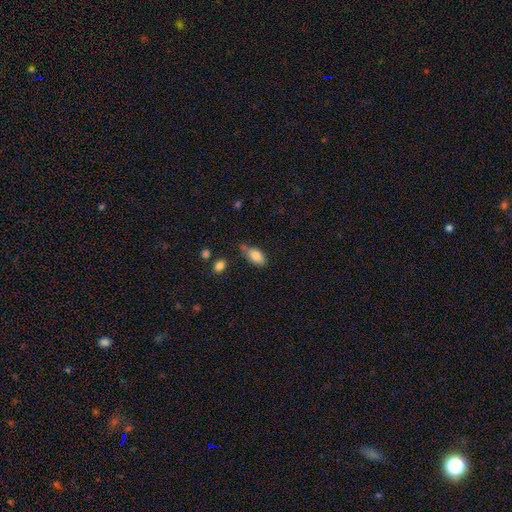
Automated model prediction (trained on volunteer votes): Smooth or featured? Predicted: smooth (p=0.83). How rounded? Predicted: in between (p=0.91). Merging? Predicted: none (p=0.52).